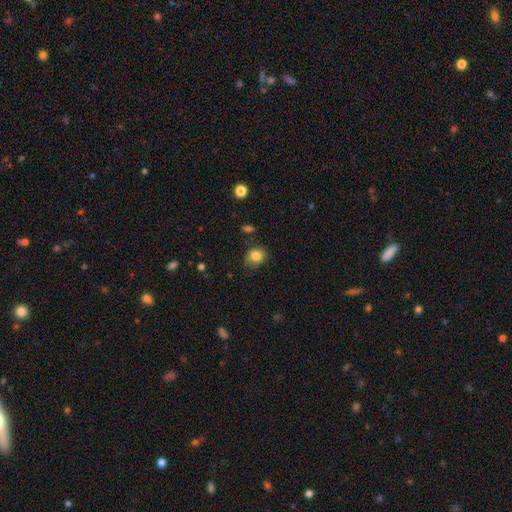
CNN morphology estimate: The model was most divided on "how rounded": round: 67%, in between: 32%, cigar-shaped: 1%. More confident: smooth or featured — smooth (83%); merging — none (68%).